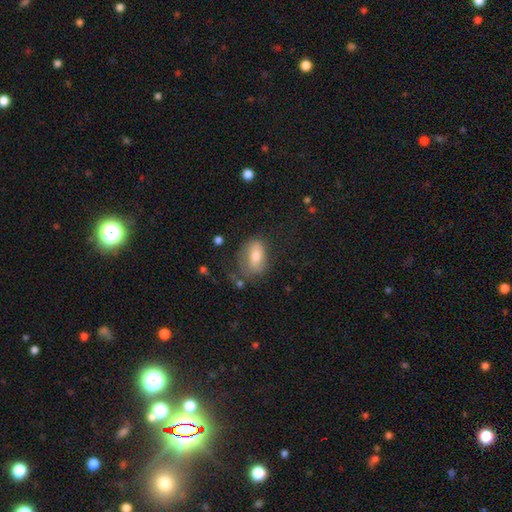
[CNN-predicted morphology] Smooth or featured?
  - smooth: 68% *
  - featured or disk: 22%
  - star or artifact: 10%
How rounded?
  - in between: 85% *
  - round: 12%
  - cigar-shaped: 3%
Merging?
  - none: 57% *
  - minor disturbance: 25%
  - major disturbance: 14%
  - merger: 4%